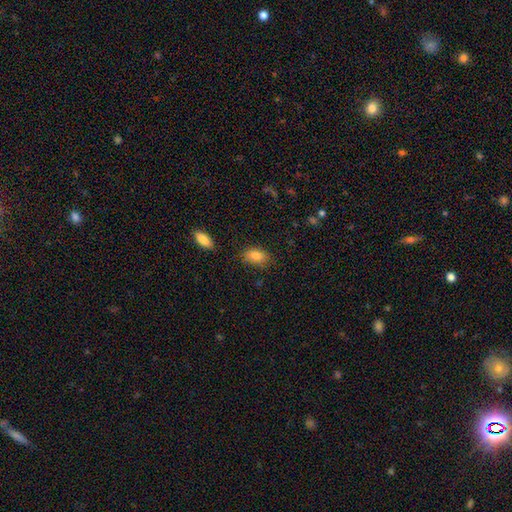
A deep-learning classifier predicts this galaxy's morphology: smooth_or_featured: smooth (p=0.85) [alt: star or artifact p=0.08]
how_rounded: in between (p=0.89) [alt: round p=0.09]
merging: none (p=0.80) [alt: minor disturbance p=0.15]